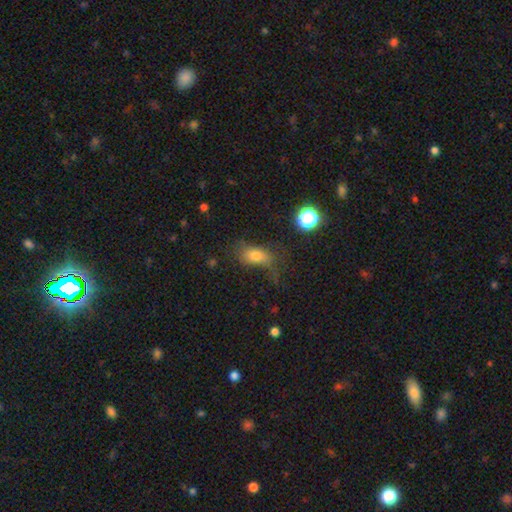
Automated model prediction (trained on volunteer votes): smooth-or-featured: smooth: 74% | star or artifact: 13% | featured or disk: 13%
  how-rounded: in between: 82% | round: 13% | cigar-shaped: 5%
  merging: none: 43% | major disturbance: 27% | minor disturbance: 25% | merger: 4%